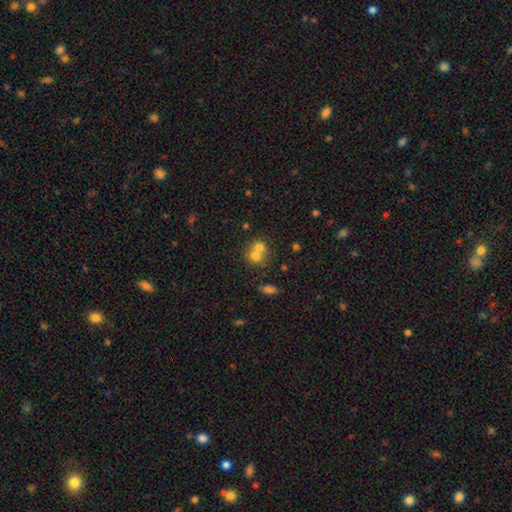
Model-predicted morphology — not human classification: Smooth or featured: smooth — 68% (featured or disk — 19%)
How rounded: round — 77% (in between — 22%)
Merging: merger — 62% (none — 29%)